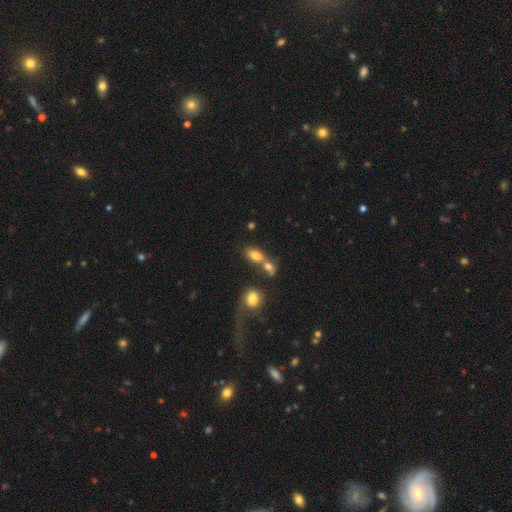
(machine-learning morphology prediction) type=smooth (77%); roundness=in between (82%); merging=merger (51%).